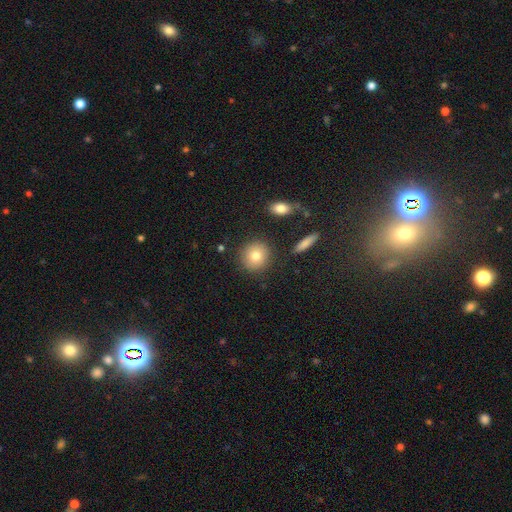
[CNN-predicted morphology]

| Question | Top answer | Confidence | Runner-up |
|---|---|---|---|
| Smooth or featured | smooth | 79% | featured or disk (13%) |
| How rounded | round | 86% | in between (12%) |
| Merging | none | 86% | minor disturbance (8%) |